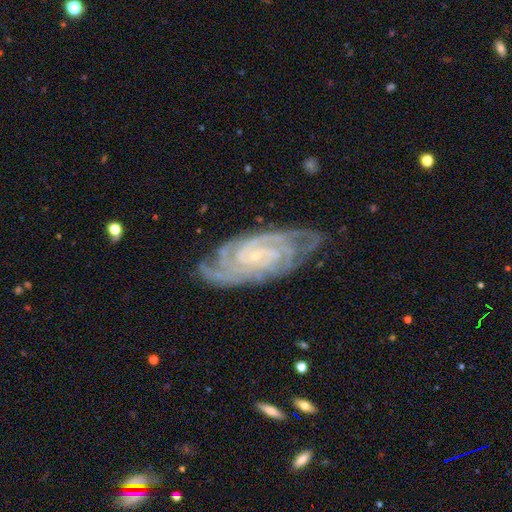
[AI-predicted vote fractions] This appears to be a featured or disk galaxy (90%) with no bar (59%), 4 (24%) tight (77%) spiral arms (98%) and a small central bulge (85%). Merging: none (76%).